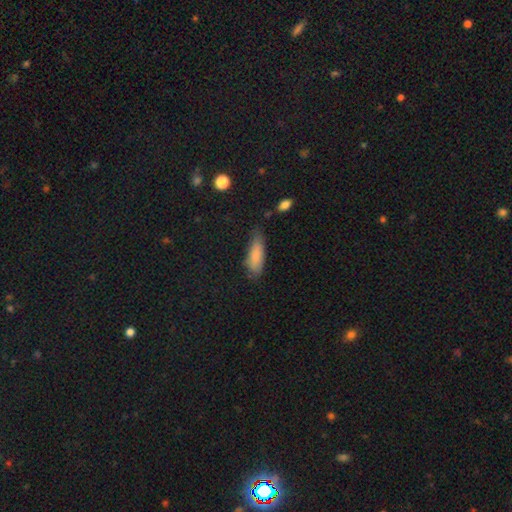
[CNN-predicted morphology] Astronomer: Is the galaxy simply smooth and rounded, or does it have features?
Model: smooth — 82%.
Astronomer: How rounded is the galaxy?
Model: in between — 63%.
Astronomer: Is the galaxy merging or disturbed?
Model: none — 62%.